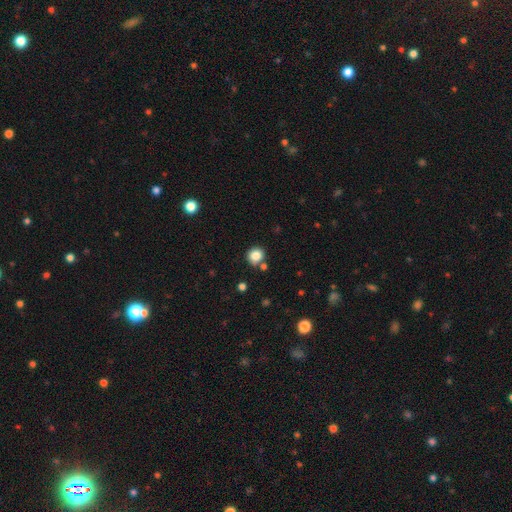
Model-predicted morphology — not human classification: type=smooth (84%); roundness=round (87%); merging=none (77%).